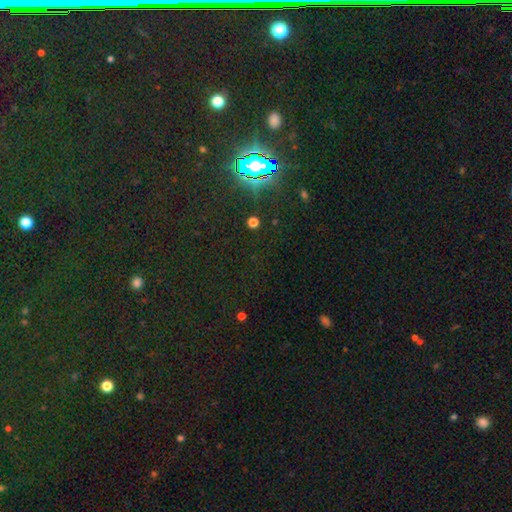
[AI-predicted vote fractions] Smooth or featured? Predicted: star or artifact (p=0.82).